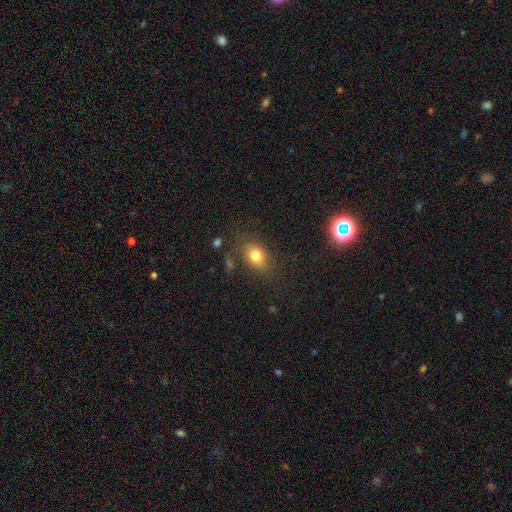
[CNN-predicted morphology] The model was most divided on "how rounded": in between: 73%, round: 26%, cigar-shaped: 2%. More confident: smooth or featured — smooth (78%); merging — none (74%).